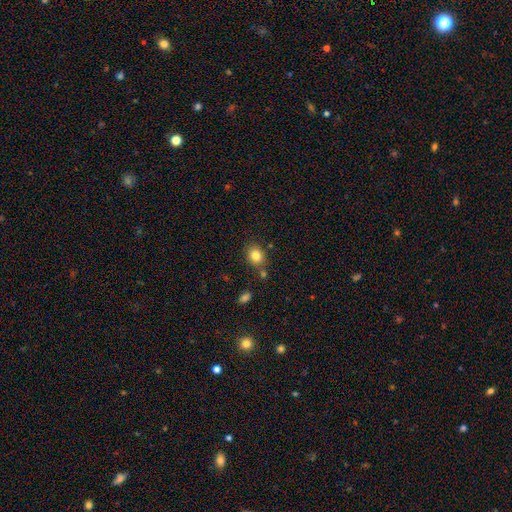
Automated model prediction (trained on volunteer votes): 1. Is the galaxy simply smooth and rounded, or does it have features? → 82% smooth, 11% star or artifact, 7% featured or disk.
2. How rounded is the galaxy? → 65% round, 34% in between, 1% cigar-shaped.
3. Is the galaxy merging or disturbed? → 76% none, 12% minor disturbance, 9% merger, 3% major disturbance.